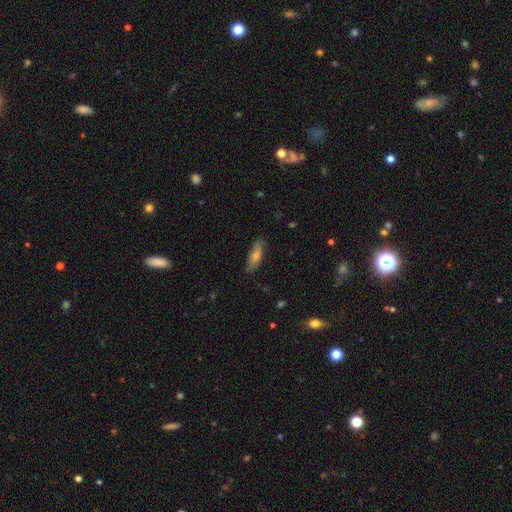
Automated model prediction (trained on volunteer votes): The model was most divided on "how rounded": cigar-shaped: 50%, in between: 47%, round: 3%. More confident: merging — none (81%); smooth or featured — smooth (56%).